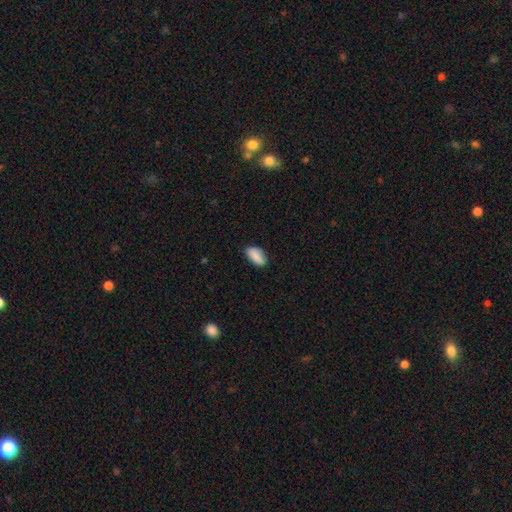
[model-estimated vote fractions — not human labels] smooth_or_featured: smooth (p=0.88) [alt: star or artifact p=0.07]
how_rounded: in between (p=0.92) [alt: cigar-shaped p=0.05]
merging: none (p=0.81) [alt: minor disturbance p=0.15]